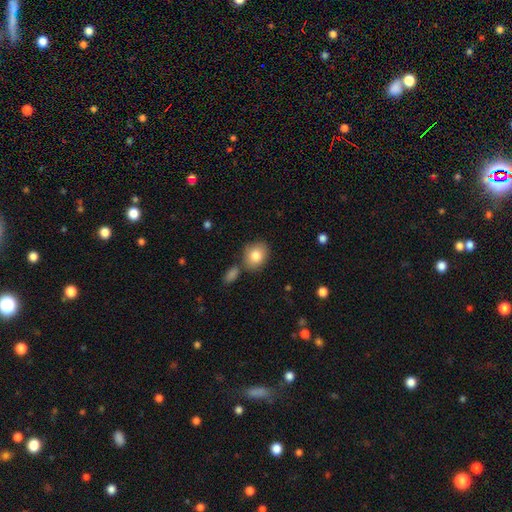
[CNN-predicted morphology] smooth-or-featured: smooth: 82% | featured or disk: 10% | star or artifact: 8%
  how-rounded: round: 54% | in between: 45% | cigar-shaped: 1%
  merging: none: 72% | minor disturbance: 13% | merger: 12% | major disturbance: 3%